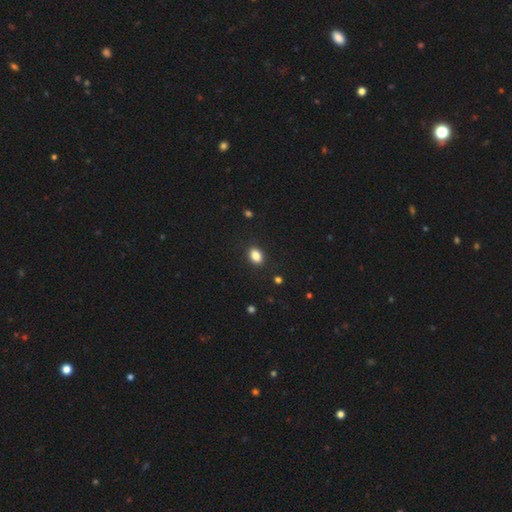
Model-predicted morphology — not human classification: smooth_or_featured: smooth (p=0.85) [alt: star or artifact p=0.10]
how_rounded: in between (p=0.75) [alt: round p=0.23]
merging: none (p=0.88) [alt: minor disturbance p=0.09]